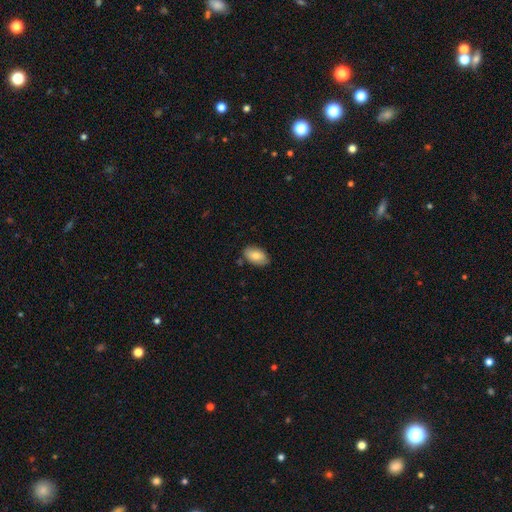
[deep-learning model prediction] smooth-or-featured: smooth: 80% | featured or disk: 14% | star or artifact: 7%
  how-rounded: in between: 93% | round: 5% | cigar-shaped: 2%
  merging: none: 80% | minor disturbance: 15% | major disturbance: 2% | merger: 2%